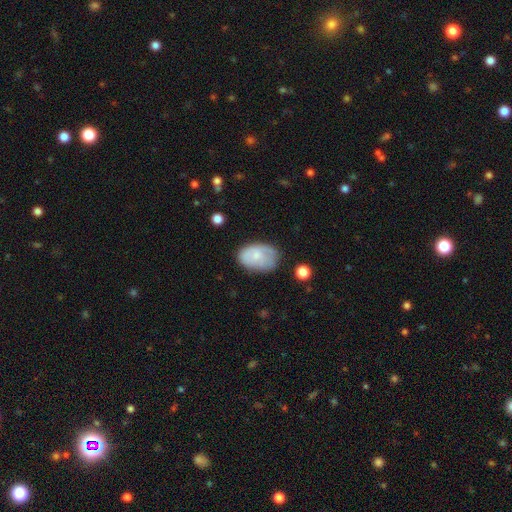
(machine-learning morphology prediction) smooth-or-featured: smooth: 67% | featured or disk: 26% | star or artifact: 7%
  how-rounded: in between: 86% | round: 13% | cigar-shaped: 1%
  merging: none: 55% | minor disturbance: 31% | major disturbance: 12% | merger: 3%